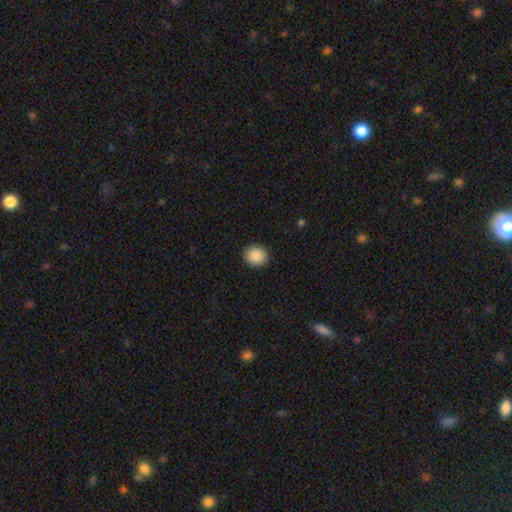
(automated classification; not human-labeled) Overall: smooth (89%). How rounded: round (83%). Merging: none (92%).